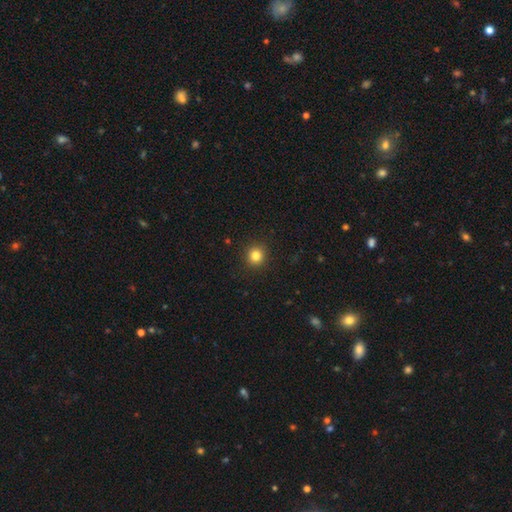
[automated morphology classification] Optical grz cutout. It shows a smooth galaxy with no disk features (83%) that is round (93%). Merging: none (92%).